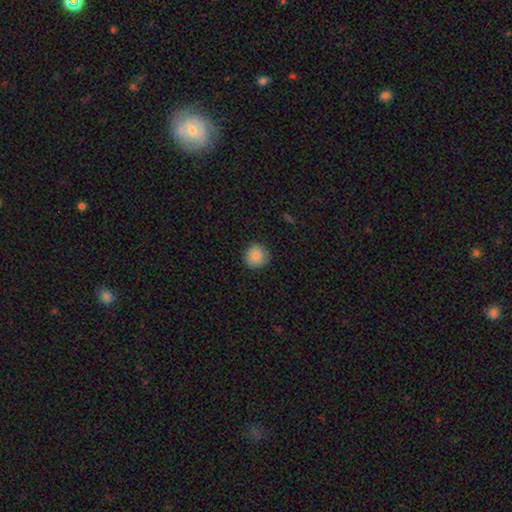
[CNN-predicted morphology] This appears to be a smooth galaxy with no disk features (86%) that is round (93%). Merging: none (89%).